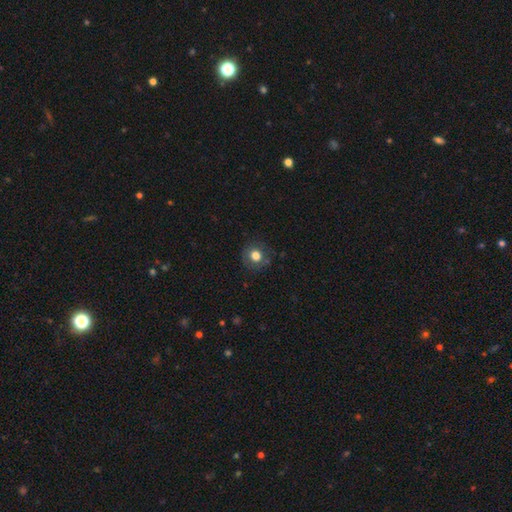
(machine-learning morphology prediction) Smooth or featured: smooth — 77% (featured or disk — 12%)
How rounded: round — 86% (in between — 13%)
Merging: none — 81% (minor disturbance — 13%)